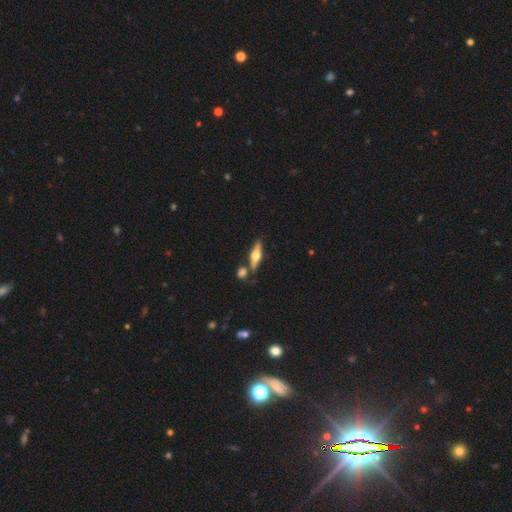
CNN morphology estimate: Q: Smooth or featured?
A: featured or disk (61%); runner-up: smooth (32%)
Q: Edge-on disk?
A: yes (94%); runner-up: no (6%)
Q: Edge-on bulge?
A: rounded (93%); runner-up: boxy (5%)
Q: Merging?
A: none (71%); runner-up: merger (14%)